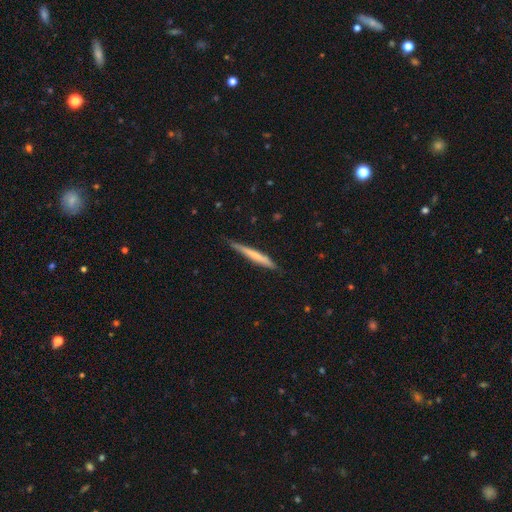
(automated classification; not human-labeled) smooth_or_featured: smooth (p=0.58) [alt: featured or disk p=0.36]
how_rounded: cigar-shaped (p=0.96) [alt: in between p=0.03]
merging: none (p=0.77) [alt: minor disturbance p=0.19]